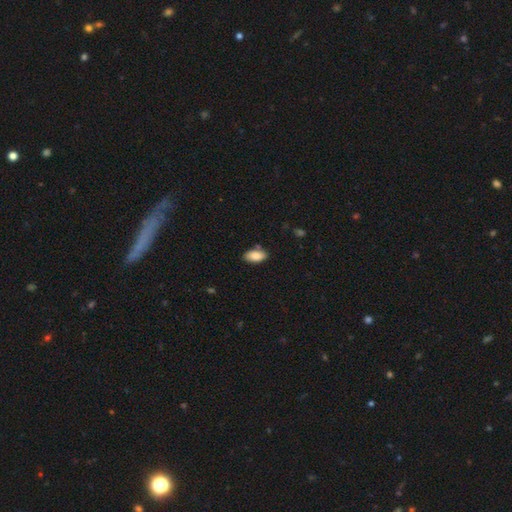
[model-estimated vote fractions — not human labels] This is clearly a smooth galaxy (86%). How rounded: clearly in between (93%). Merging: clearly none (82%).